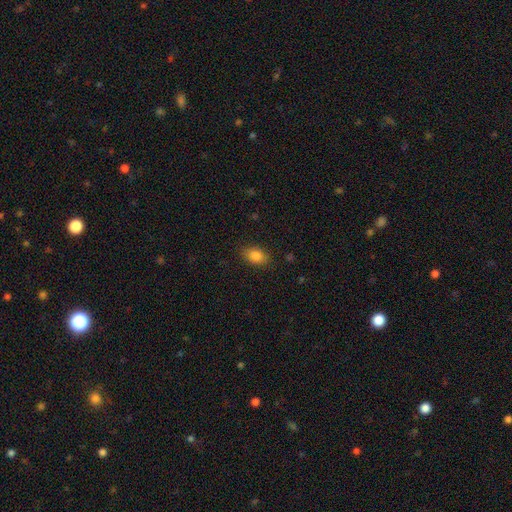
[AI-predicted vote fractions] Smooth or featured?
  - smooth: 85% *
  - star or artifact: 9%
  - featured or disk: 6%
How rounded?
  - in between: 82% *
  - round: 16%
  - cigar-shaped: 2%
Merging?
  - none: 84% *
  - minor disturbance: 12%
  - major disturbance: 3%
  - merger: 1%